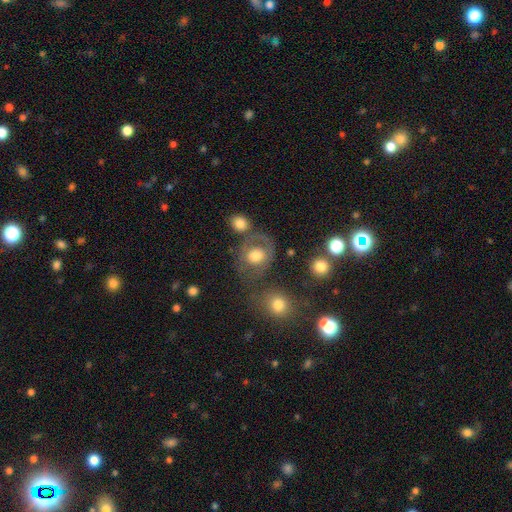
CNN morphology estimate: The model was most divided on "smooth or featured": smooth: 57%, featured or disk: 33%, star or artifact: 10%. Remaining: how rounded — round (62%); merging — none (49%).